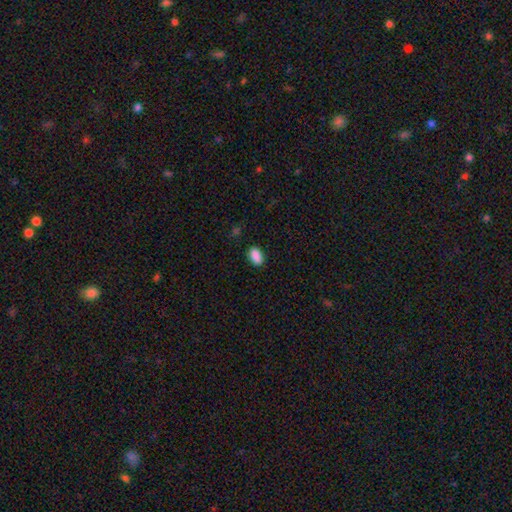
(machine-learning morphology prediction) type=smooth (89%); roundness=in between (92%); merging=none (86%).